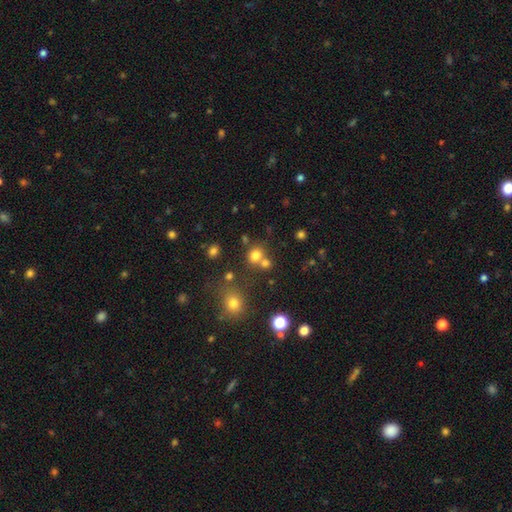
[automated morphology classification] A smooth galaxy with no disk features (74%) that is round (77%). Merging: none (56%).